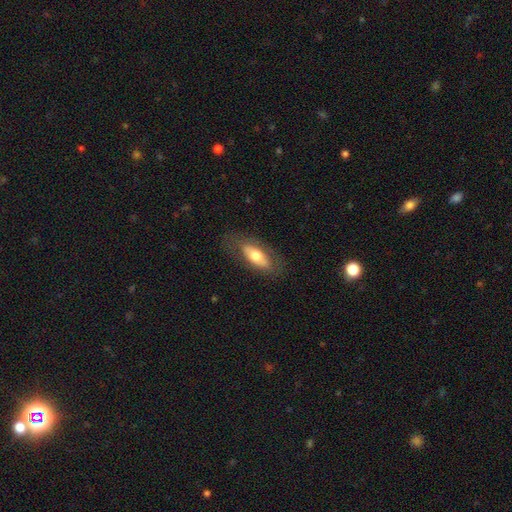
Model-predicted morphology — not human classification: This is likely a smooth galaxy (60%). How rounded: likely in between (79%). Merging: likely none (76%).